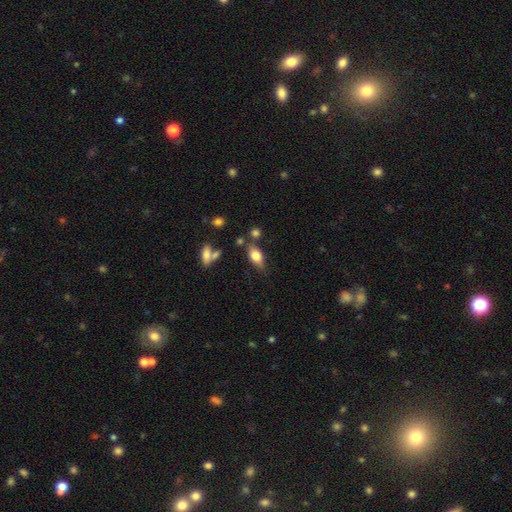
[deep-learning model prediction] Morphology: type=smooth (73%); roundness=in between (83%); merging=none (64%).